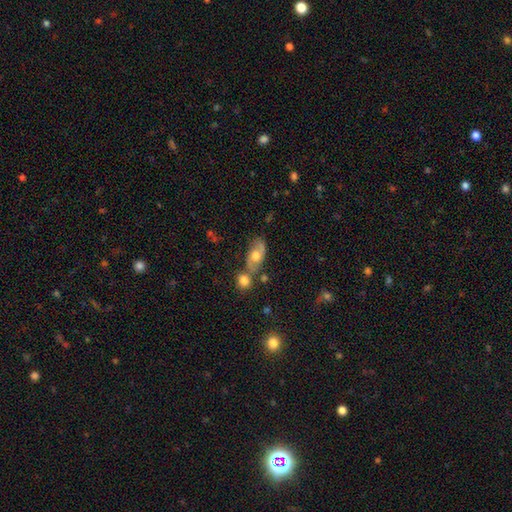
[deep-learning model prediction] Smooth or featured? Predicted: featured or disk (p=0.53). Edge-on disk? Predicted: no (p=0.89). Merging? Predicted: none (p=0.56).